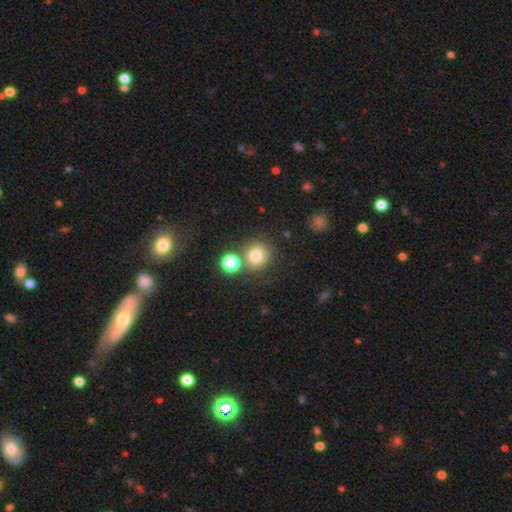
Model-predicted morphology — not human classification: Smooth or featured? smooth (77%)
How rounded? round (90%)
Merging? none (68%)